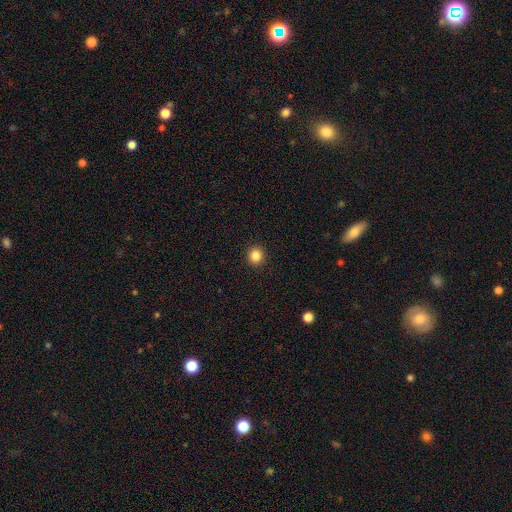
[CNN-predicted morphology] smooth_or_featured: smooth (p=0.85) [alt: star or artifact p=0.11]
how_rounded: round (p=0.92) [alt: in between p=0.07]
merging: none (p=0.93) [alt: minor disturbance p=0.04]